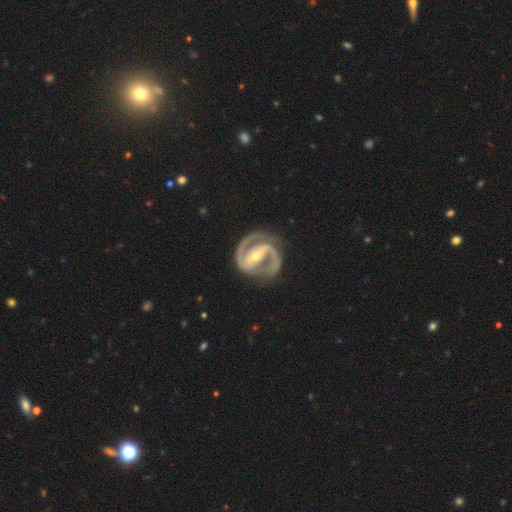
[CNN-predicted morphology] Smooth or featured?
  - featured or disk: 93% *
  - star or artifact: 4%
  - smooth: 4%
Edge-on disk?
  - no: 98% *
  - yes: 2%
Bar?
  - strong: 65% *
  - weak: 25%
  - no: 10%
Spiral arms?
  - yes: 98% *
  - no: 2%
Spiral winding?
  - medium: 49% *
  - tight: 43%
  - loose: 7%
Spiral arm count?
  - 2: 93% *
  - can't tell: 2%
  - 1: 2%
  - 3: 2%
  - 4: 1%
  - more than 4: 1%
Bulge size?
  - small: 57% *
  - moderate: 40%
  - large: 2%
  - none: 1%
  - dominant: 1%
Merging?
  - none: 78% *
  - minor disturbance: 14%
  - major disturbance: 6%
  - merger: 2%